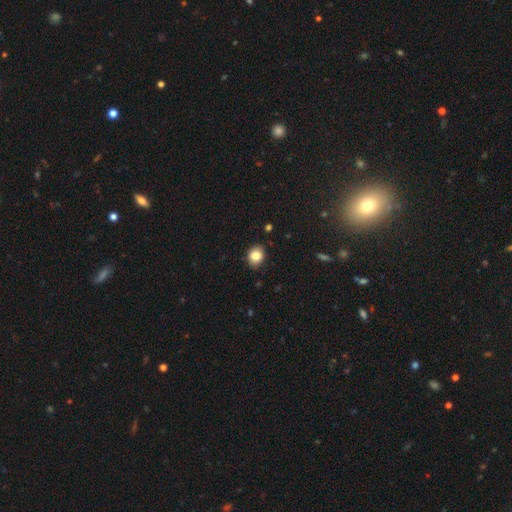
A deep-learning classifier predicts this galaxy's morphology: Smooth or featured: smooth — 83% (star or artifact — 10%)
How rounded: round — 54% (in between — 45%)
Merging: none — 86% (minor disturbance — 11%)